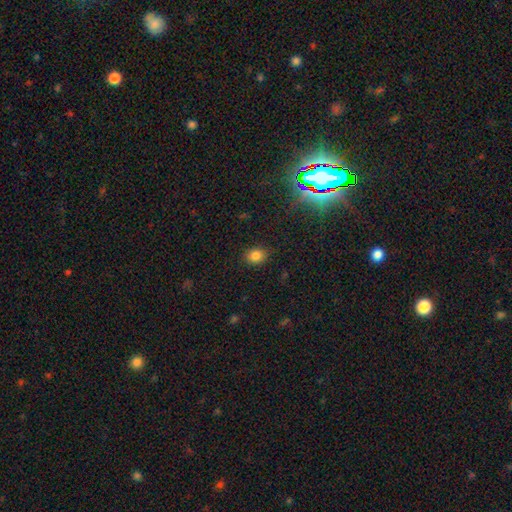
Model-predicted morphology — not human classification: smooth 82%, star or artifact 13%, featured or disk 5%. Down the decision tree: how rounded — round (55%); merging — none (87%).